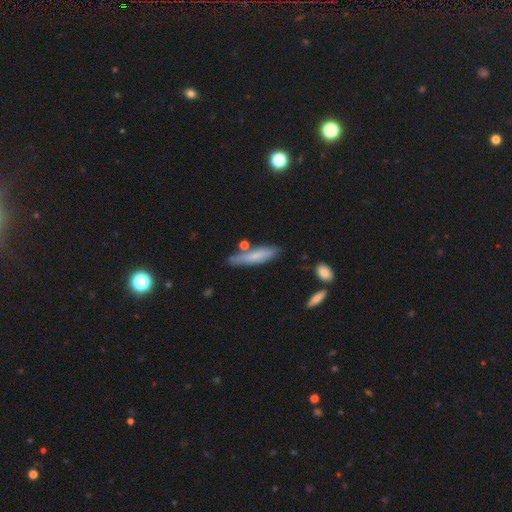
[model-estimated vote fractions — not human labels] Overall: smooth (69%). How rounded: cigar-shaped (79%). Merging: none (75%).